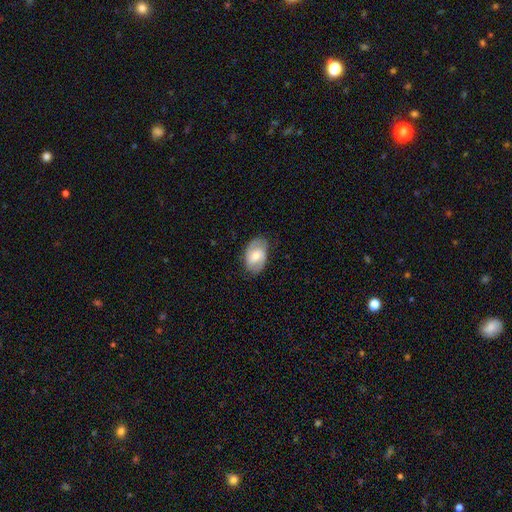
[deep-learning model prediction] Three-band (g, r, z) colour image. It shows a featured or disk galaxy (57%) with a weak bar (49%), spiral arms (83%) and a moderate central bulge (58%). Merging: none (79%).